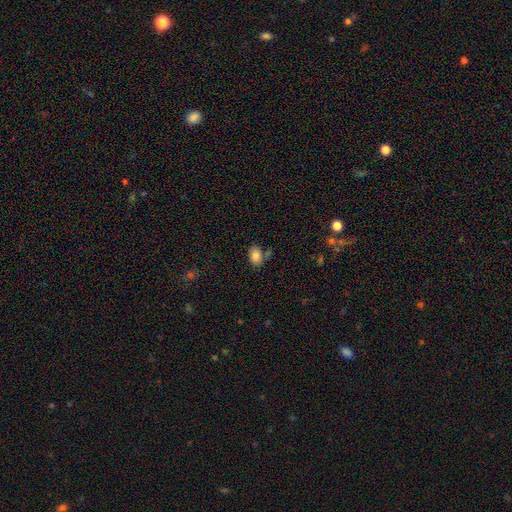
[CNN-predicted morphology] A smooth galaxy with no disk features (84%) that is in between round and cigar-shaped (81%). Merging: none (68%).